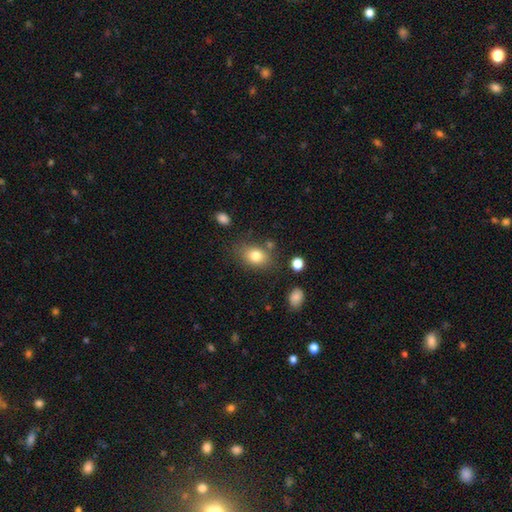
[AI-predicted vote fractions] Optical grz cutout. It shows a smooth galaxy with no disk features (79%) that is in between round and cigar-shaped (69%). Merging: none (72%).